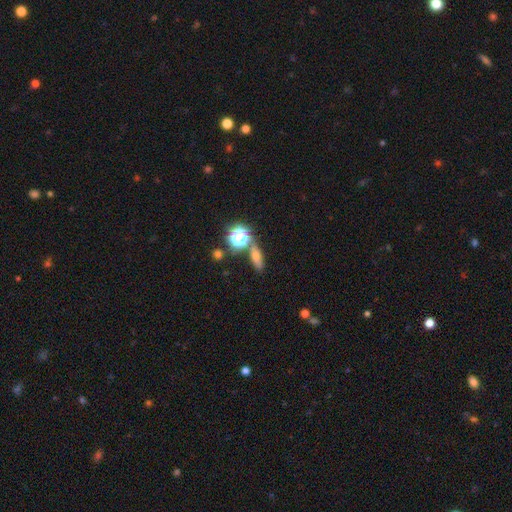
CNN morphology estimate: A smooth galaxy with no disk features (53%) that is in between round and cigar-shaped (41%).

Vote fractions:
- Smooth or featured? smooth: 53% / star or artifact: 26% / featured or disk: 21%
- How rounded? in between: 41% / cigar-shaped: 38% / round: 21%
- Merging? none: 73% / minor disturbance: 11% / merger: 11% / major disturbance: 5%